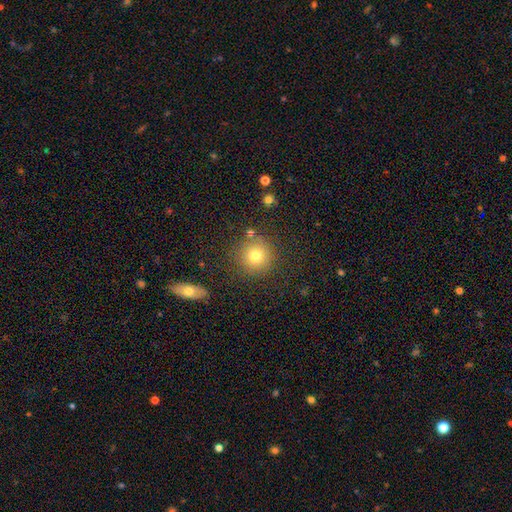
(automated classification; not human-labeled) smooth_or_featured: smooth (p=0.76) [alt: star or artifact p=0.14]
how_rounded: round (p=0.94) [alt: in between p=0.05]
merging: none (p=0.83) [alt: minor disturbance p=0.09]